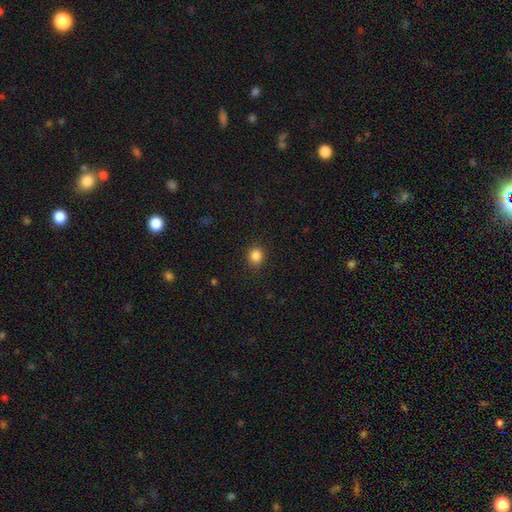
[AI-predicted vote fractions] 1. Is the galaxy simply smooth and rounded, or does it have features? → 86% smooth, 11% star or artifact, 3% featured or disk.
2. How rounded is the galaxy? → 83% round, 16% in between, 1% cigar-shaped.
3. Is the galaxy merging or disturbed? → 88% none, 8% minor disturbance, 3% major disturbance, 1% merger.